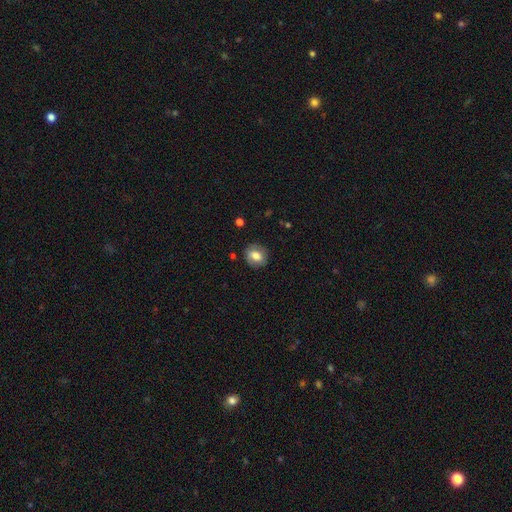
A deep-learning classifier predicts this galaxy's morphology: The model was most divided on "how rounded": round: 64%, in between: 35%, cigar-shaped: 1%. More confident: merging — none (84%); smooth or featured — smooth (73%).